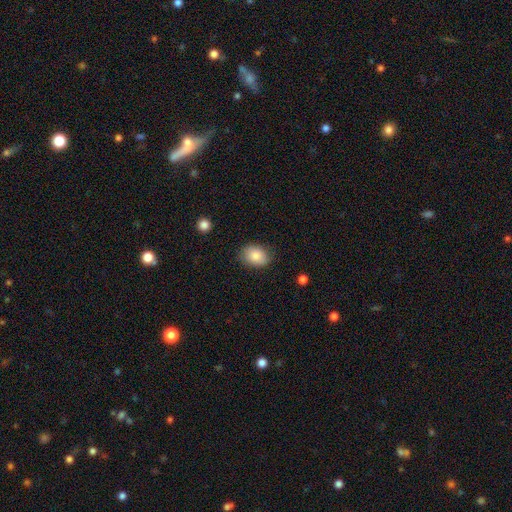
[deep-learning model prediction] smooth_or_featured: smooth (p=0.84) [alt: featured or disk p=0.08]
how_rounded: in between (p=0.72) [alt: round p=0.27]
merging: none (p=0.81) [alt: minor disturbance p=0.15]